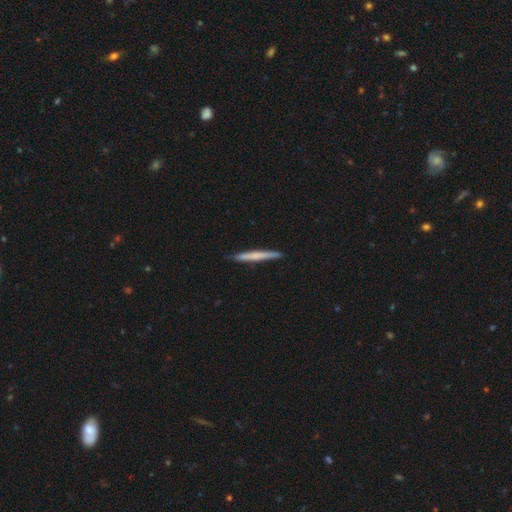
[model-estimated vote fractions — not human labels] Smooth or featured? Predicted: smooth (p=0.58). How rounded? Predicted: cigar-shaped (p=0.97). Merging? Predicted: none (p=0.91).